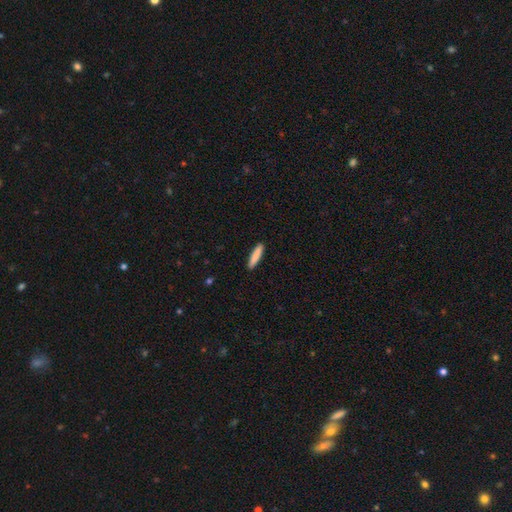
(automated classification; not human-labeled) Morphology: type=smooth (86%); roundness=cigar-shaped (88%); merging=none (91%).